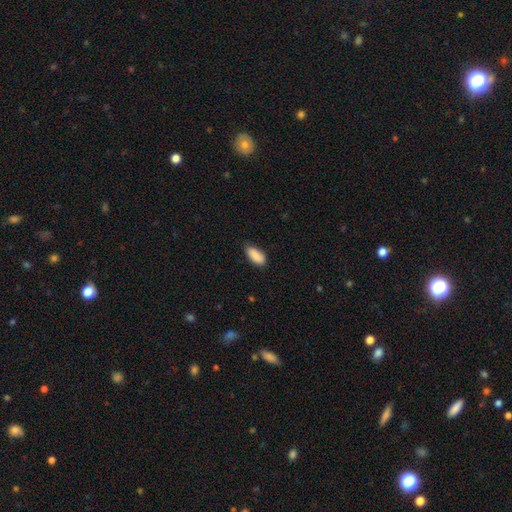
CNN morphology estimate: type=smooth (89%); roundness=in between (89%); merging=none (76%).